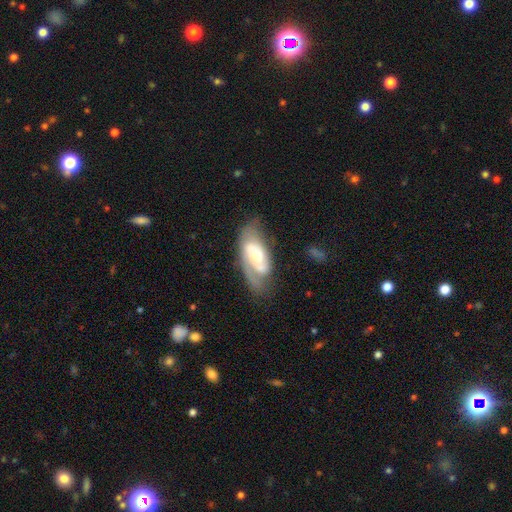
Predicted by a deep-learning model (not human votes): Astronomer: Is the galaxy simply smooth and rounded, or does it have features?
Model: featured or disk — 67%.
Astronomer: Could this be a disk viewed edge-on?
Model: no — 93%.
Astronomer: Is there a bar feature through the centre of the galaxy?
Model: no — 60%.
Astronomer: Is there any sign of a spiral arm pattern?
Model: yes — 80%.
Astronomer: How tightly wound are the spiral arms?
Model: tight — 43% (runner-up: medium, 40%).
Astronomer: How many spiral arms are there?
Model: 2 — 43% (runner-up: 1, 29%).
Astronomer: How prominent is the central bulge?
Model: small — 41% (runner-up: moderate, 34%).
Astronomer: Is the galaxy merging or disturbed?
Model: none — 48% (runner-up: minor disturbance, 26%).